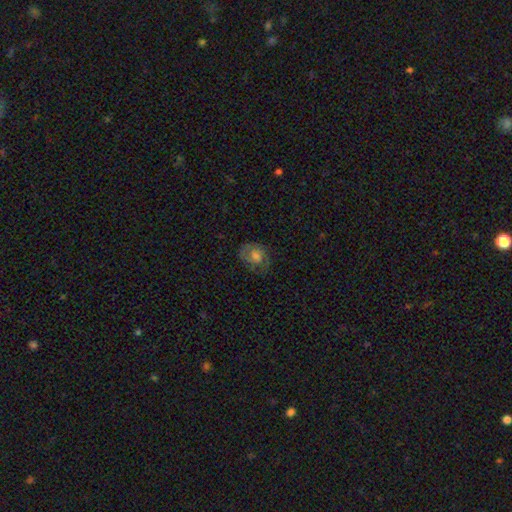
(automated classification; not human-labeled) This is possibly a smooth galaxy (49%). Merging: likely none (62%).